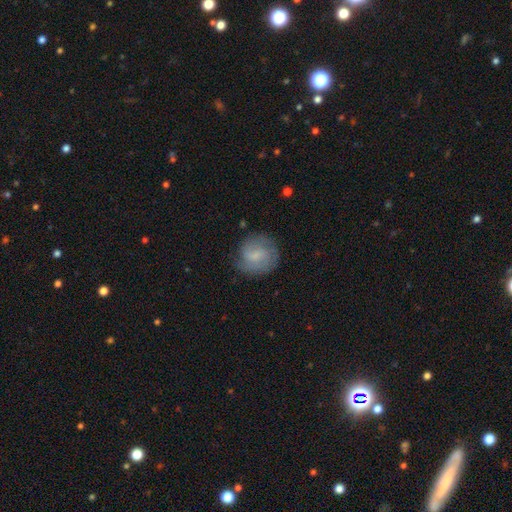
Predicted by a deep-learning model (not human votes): Morphology: type=smooth (49%); merging=none (71%).